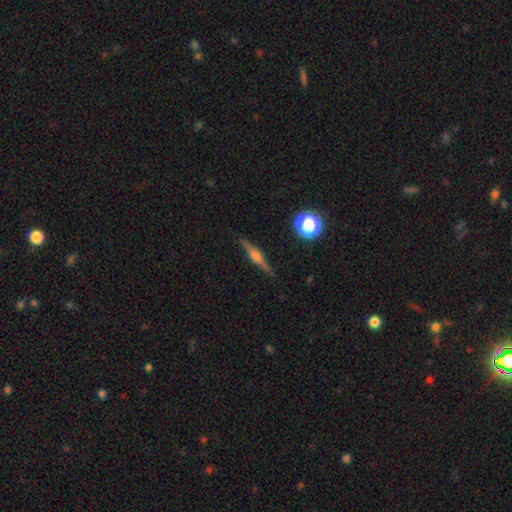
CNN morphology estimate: Q: Smooth or featured?
A: featured or disk (71%); runner-up: smooth (21%)
Q: Edge-on disk?
A: yes (97%); runner-up: no (3%)
Q: Edge-on bulge?
A: rounded (78%); runner-up: boxy (17%)
Q: Merging?
A: none (88%); runner-up: minor disturbance (9%)